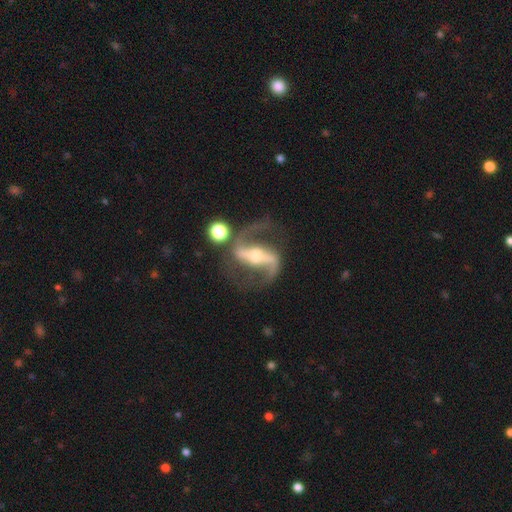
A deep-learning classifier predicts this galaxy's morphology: Smooth or featured?
  - featured or disk: 92% *
  - star or artifact: 5%
  - smooth: 4%
Edge-on disk?
  - no: 94% *
  - yes: 6%
Bar?
  - strong: 73% *
  - weak: 18%
  - no: 9%
Spiral arms?
  - yes: 97% *
  - no: 3%
Spiral winding?
  - medium: 47% *
  - loose: 43%
  - tight: 10%
Spiral arm count?
  - 2: 94% *
  - 1: 2%
  - can't tell: 2%
  - 3: 1%
  - 4: 1%
  - more than 4: 1%
Bulge size?
  - moderate: 54% *
  - small: 35%
  - large: 7%
  - none: 2%
  - dominant: 2%
Merging?
  - none: 72% *
  - minor disturbance: 13%
  - major disturbance: 10%
  - merger: 5%